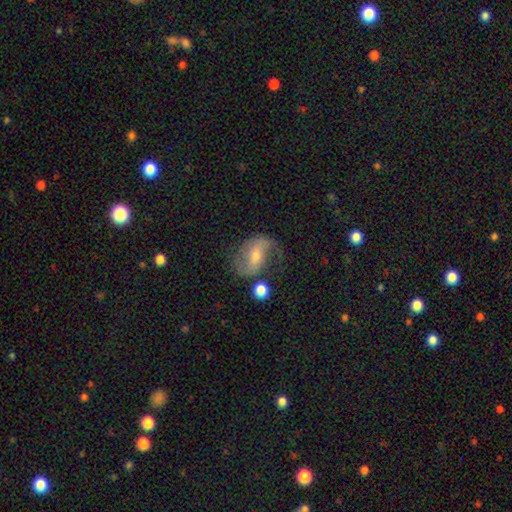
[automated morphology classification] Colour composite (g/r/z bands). It shows a featured or disk galaxy (73%) with a weak bar (39%), 2 (87%) loose (55%) spiral arms (89%) and a small central bulge (50%). Merging: none (62%).